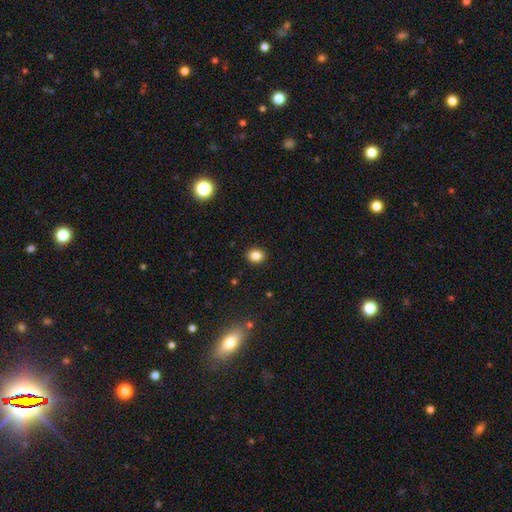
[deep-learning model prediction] Smooth or featured? Predicted: smooth (p=0.84). How rounded? Predicted: round (p=0.60). Merging? Predicted: none (p=0.91).